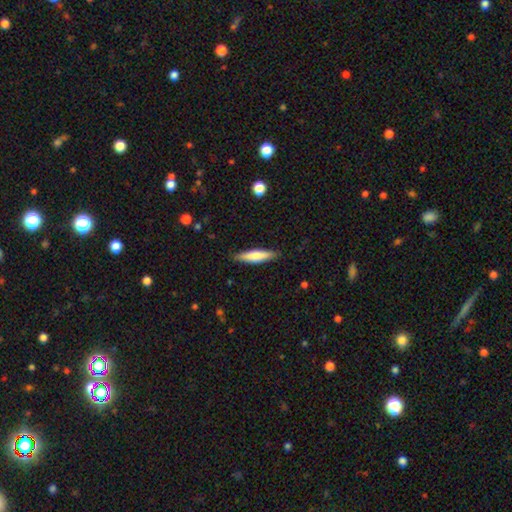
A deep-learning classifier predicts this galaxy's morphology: smooth_or_featured: smooth (p=0.67) [alt: featured or disk p=0.27]
how_rounded: cigar-shaped (p=0.79) [alt: in between p=0.20]
merging: none (p=0.88) [alt: minor disturbance p=0.09]